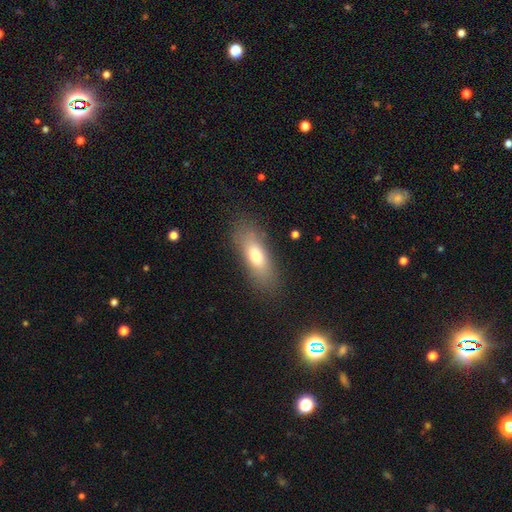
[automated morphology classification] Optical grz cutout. It shows a smooth galaxy with no disk features (72%) that is in between round and cigar-shaped (66%). Merging: none (82%).